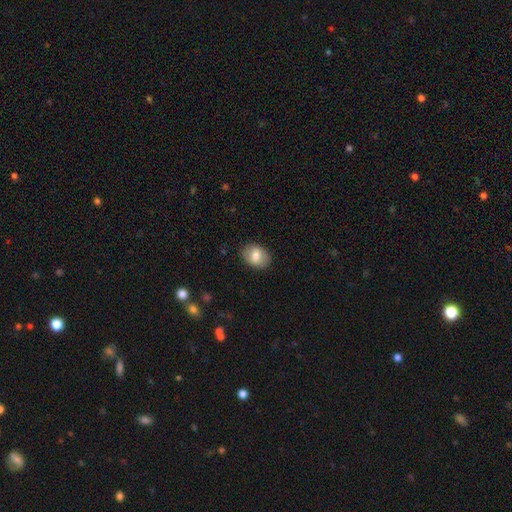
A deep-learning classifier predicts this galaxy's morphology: A smooth galaxy with no disk features (77%) that is in between round and cigar-shaped (73%). Merging: none (85%).